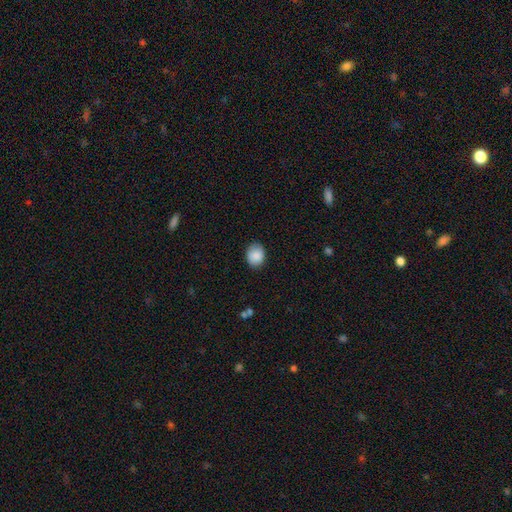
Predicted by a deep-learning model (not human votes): A smooth galaxy with no disk features (88%) that is in between round and cigar-shaped (54%). Merging: none (83%).